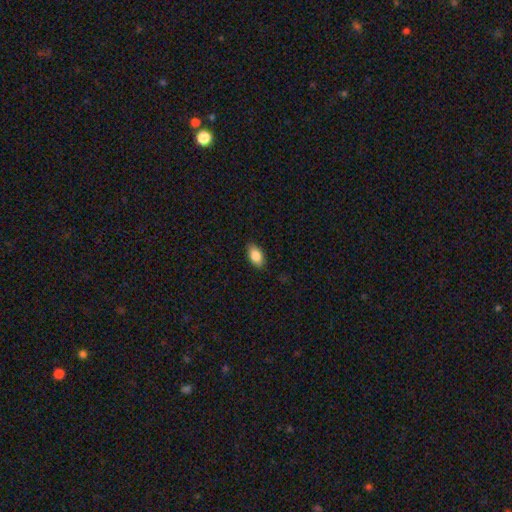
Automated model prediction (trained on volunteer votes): Smooth or featured? smooth (84%)
How rounded? in between (91%)
Merging? none (87%)